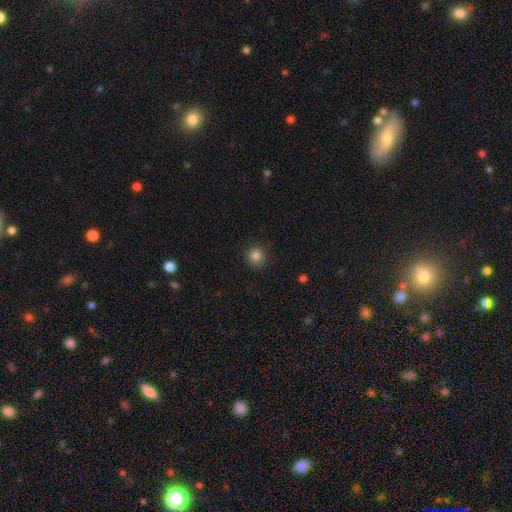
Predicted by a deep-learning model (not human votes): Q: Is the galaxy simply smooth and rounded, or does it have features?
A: smooth — 83%.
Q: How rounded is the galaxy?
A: round — 93%.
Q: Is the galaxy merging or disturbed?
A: none — 91%.